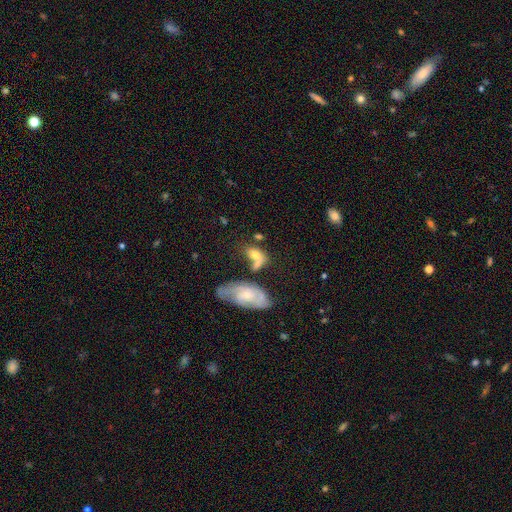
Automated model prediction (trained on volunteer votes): smooth-or-featured: smooth: 57% | featured or disk: 34% | star or artifact: 10%
  how-rounded: in between: 81% | round: 15% | cigar-shaped: 4%
  merging: merger: 38% | none: 32% | minor disturbance: 18% | major disturbance: 12%